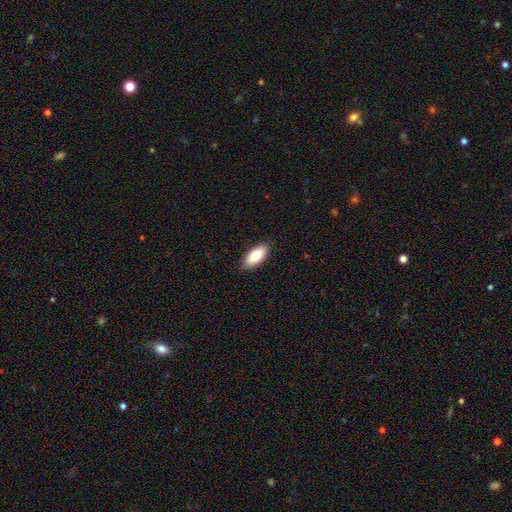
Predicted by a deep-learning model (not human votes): Overall: smooth (84%). How rounded: in between (88%). Merging: none (88%).